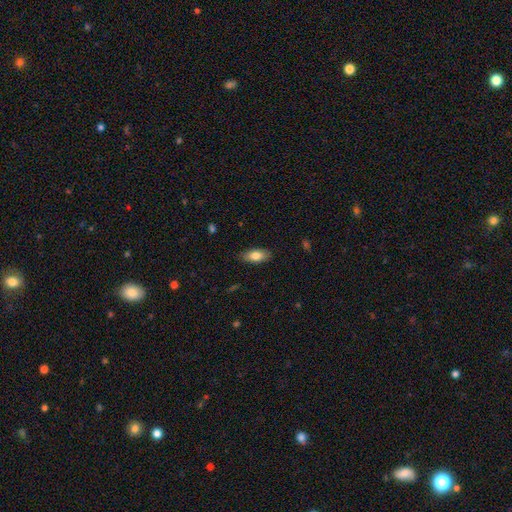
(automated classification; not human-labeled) Q: Smooth or featured?
A: smooth (81%); runner-up: featured or disk (13%)
Q: How rounded?
A: in between (88%); runner-up: cigar-shaped (10%)
Q: Merging?
A: none (86%); runner-up: minor disturbance (10%)